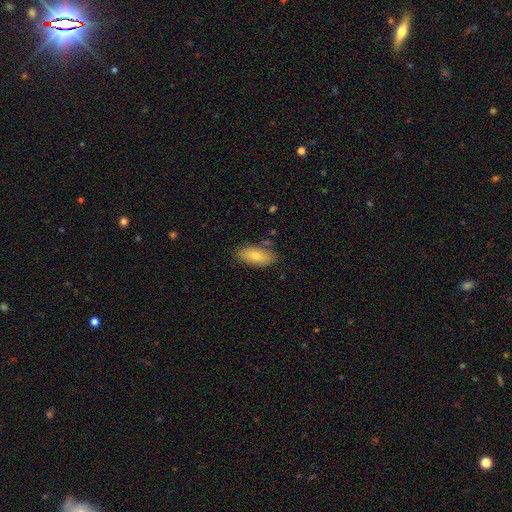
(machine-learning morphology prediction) smooth_or_featured: smooth (p=0.74) [alt: featured or disk p=0.19]
how_rounded: in between (p=0.89) [alt: cigar-shaped p=0.08]
merging: none (p=0.80) [alt: minor disturbance p=0.15]